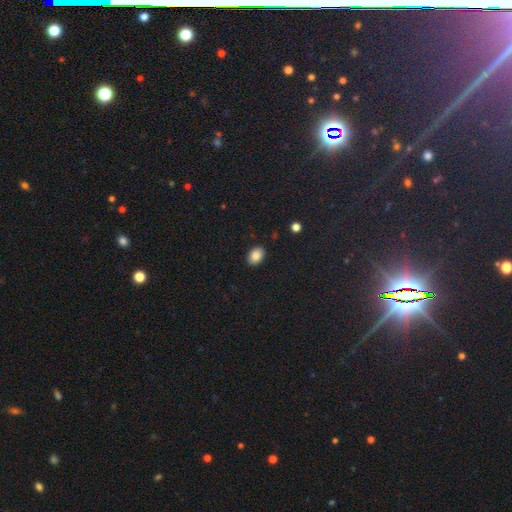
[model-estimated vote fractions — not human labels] smooth 86%, star or artifact 8%, featured or disk 6%. Down the decision tree: how rounded — in between (81%); merging — none (89%).